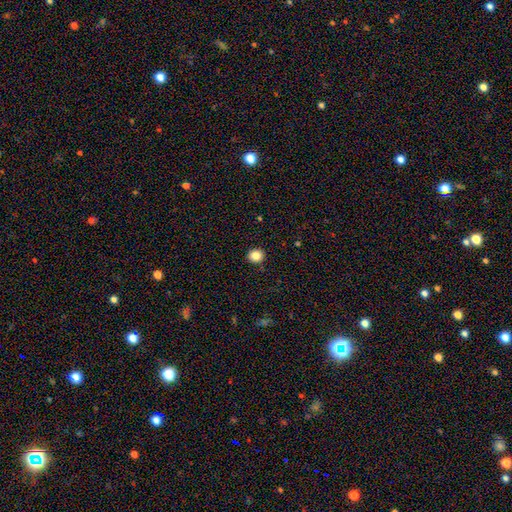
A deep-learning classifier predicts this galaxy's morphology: Smooth or featured?
  - smooth: 85% *
  - star or artifact: 10%
  - featured or disk: 5%
How rounded?
  - round: 80% *
  - in between: 19%
  - cigar-shaped: 1%
Merging?
  - none: 92% *
  - minor disturbance: 5%
  - major disturbance: 2%
  - merger: 1%